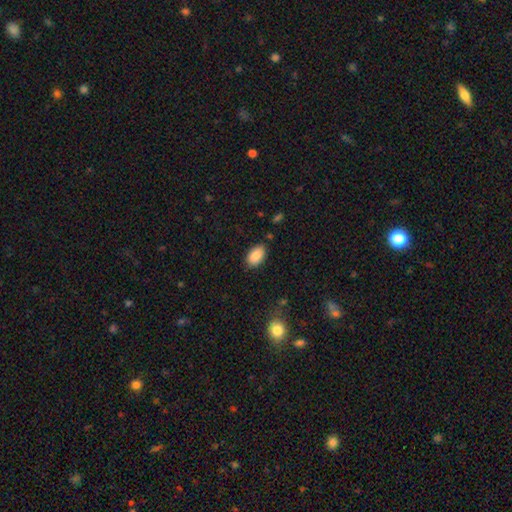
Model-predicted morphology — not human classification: Smooth or featured: smooth — 88% (star or artifact — 7%)
How rounded: in between — 93% (round — 6%)
Merging: none — 84% (minor disturbance — 12%)